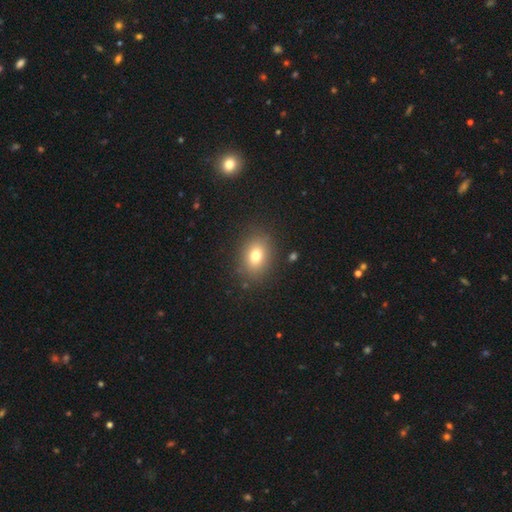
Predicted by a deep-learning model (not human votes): Smooth or featured? Predicted: smooth (p=0.76). How rounded? Predicted: in between (p=0.56). Merging? Predicted: none (p=0.86).